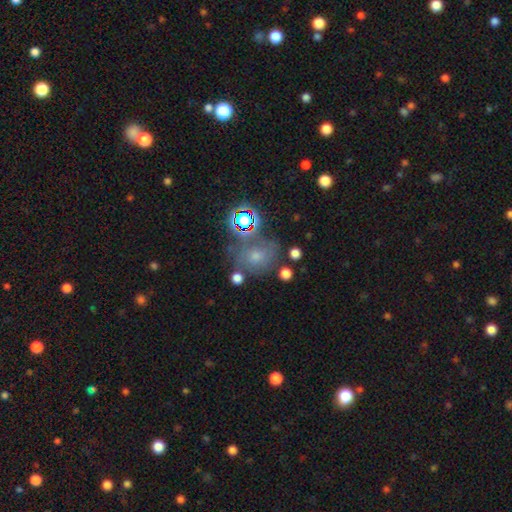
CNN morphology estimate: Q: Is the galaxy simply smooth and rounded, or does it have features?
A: smooth — 55%.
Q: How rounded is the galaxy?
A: round — 65%.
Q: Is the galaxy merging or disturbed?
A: none — 56%.